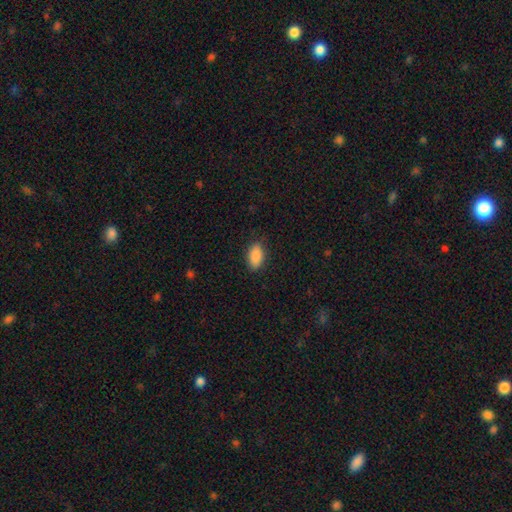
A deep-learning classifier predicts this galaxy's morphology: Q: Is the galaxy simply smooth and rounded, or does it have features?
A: smooth — 89%.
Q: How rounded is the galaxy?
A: in between — 90%.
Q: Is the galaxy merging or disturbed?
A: none — 86%.